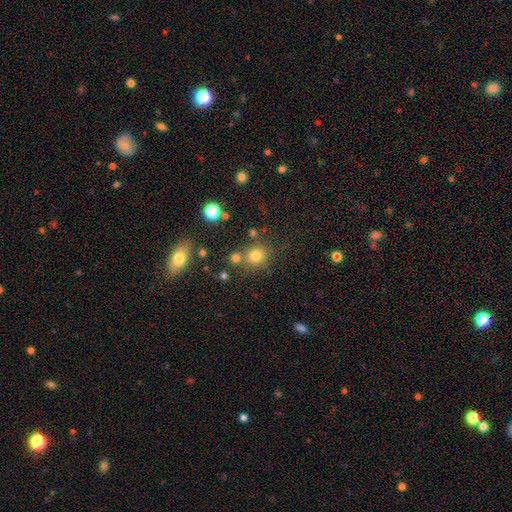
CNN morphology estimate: Smooth or featured: smooth — 76% (star or artifact — 16%)
How rounded: round — 82% (in between — 17%)
Merging: none — 70% (merger — 15%)